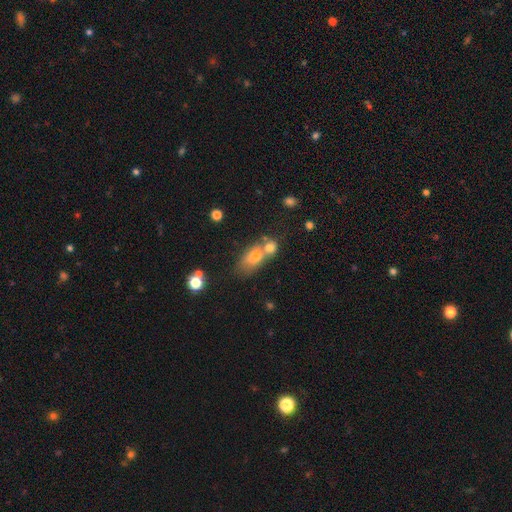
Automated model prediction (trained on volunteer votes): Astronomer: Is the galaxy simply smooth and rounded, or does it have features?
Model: smooth — 67%.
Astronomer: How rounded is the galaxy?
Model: in between — 70%.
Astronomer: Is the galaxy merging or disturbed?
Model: merger — 56%.